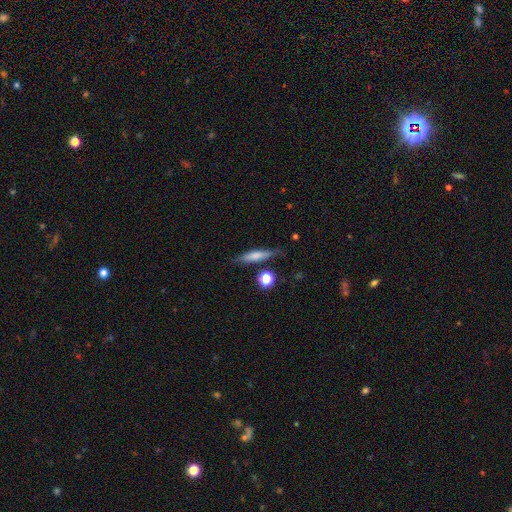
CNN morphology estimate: A smooth galaxy with no disk features (62%) that is cigar-shaped (81%).

Vote fractions:
- Smooth or featured? smooth: 62% / featured or disk: 31% / star or artifact: 8%
- How rounded? cigar-shaped: 81% / in between: 15% / round: 4%
- Merging? none: 76% / minor disturbance: 15% / merger: 4% / major disturbance: 4%